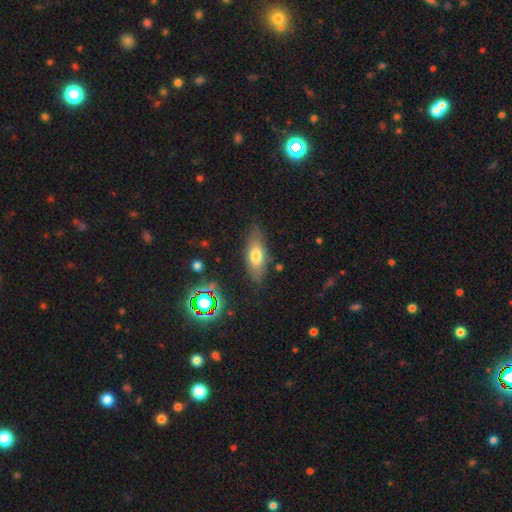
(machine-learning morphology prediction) This appears to be a smooth galaxy with no disk features (68%) that is in between round and cigar-shaped (71%). Merging: none (80%).